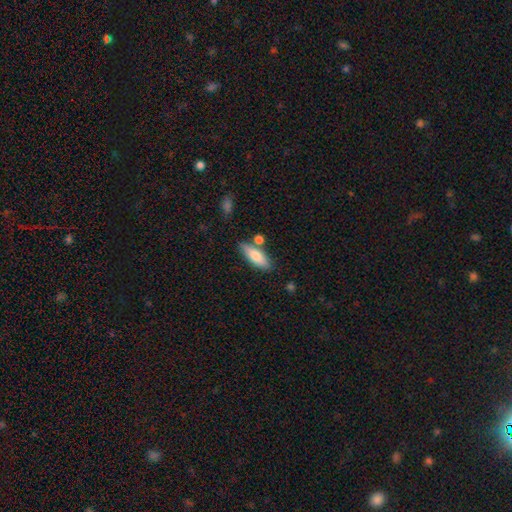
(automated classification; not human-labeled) smooth_or_featured: smooth (p=0.77) [alt: featured or disk p=0.16]
how_rounded: in between (p=0.59) [alt: cigar-shaped p=0.38]
merging: none (p=0.73) [alt: minor disturbance p=0.14]